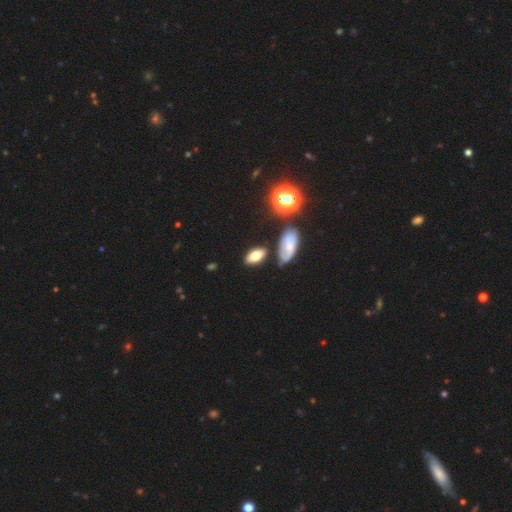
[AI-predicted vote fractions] Smooth or featured: smooth — 69% (featured or disk — 19%)
How rounded: in between — 86% (round — 8%)
Merging: none — 75% (minor disturbance — 15%)